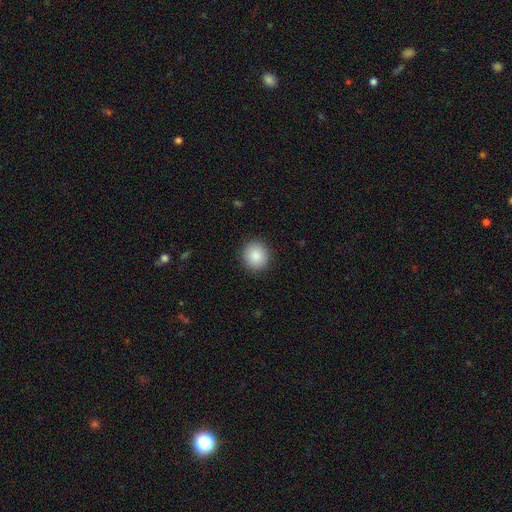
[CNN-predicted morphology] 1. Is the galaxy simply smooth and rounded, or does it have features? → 87% smooth, 8% star or artifact, 5% featured or disk.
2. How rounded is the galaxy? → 89% round, 10% in between, 1% cigar-shaped.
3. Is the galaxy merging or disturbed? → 91% none, 6% minor disturbance, 2% major disturbance, 1% merger.